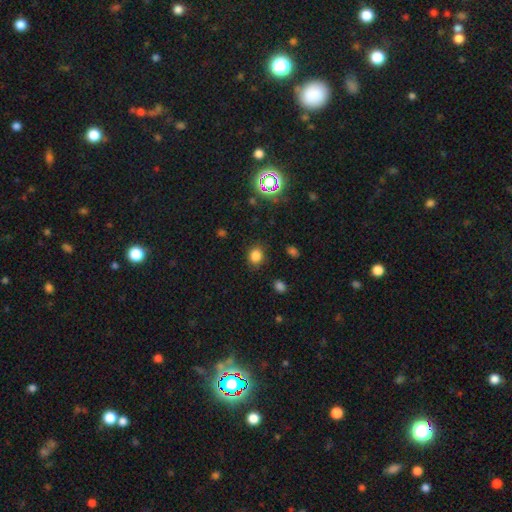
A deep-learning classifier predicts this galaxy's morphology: smooth-or-featured: smooth: 80% | star or artifact: 15% | featured or disk: 5%
  how-rounded: round: 70% | in between: 29% | cigar-shaped: 1%
  merging: none: 85% | minor disturbance: 10% | major disturbance: 3% | merger: 2%